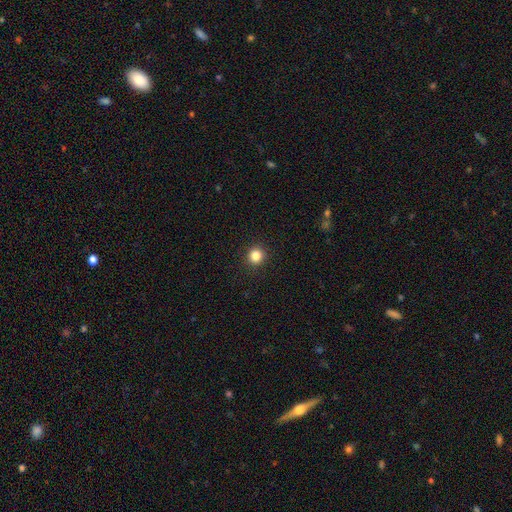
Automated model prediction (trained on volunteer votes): Smooth or featured? smooth (84%)
How rounded? round (92%)
Merging? none (93%)